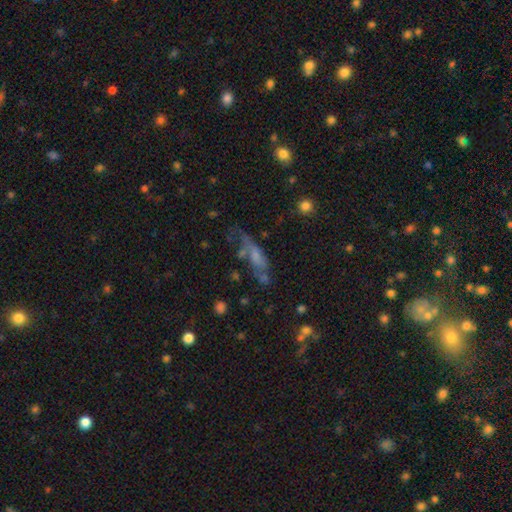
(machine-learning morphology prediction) smooth-or-featured: smooth: 50% | featured or disk: 39% | star or artifact: 12%
  merging: none: 37% | minor disturbance: 25% | major disturbance: 24% | merger: 14%